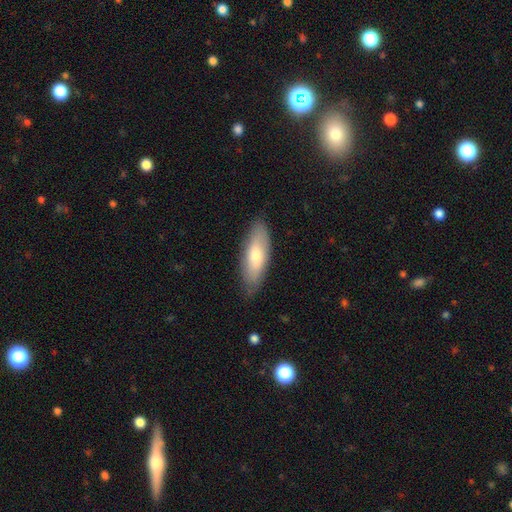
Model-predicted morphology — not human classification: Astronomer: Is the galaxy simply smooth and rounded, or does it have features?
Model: smooth — 69%.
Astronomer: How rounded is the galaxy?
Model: in between — 65%.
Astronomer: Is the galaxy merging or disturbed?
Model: none — 83%.